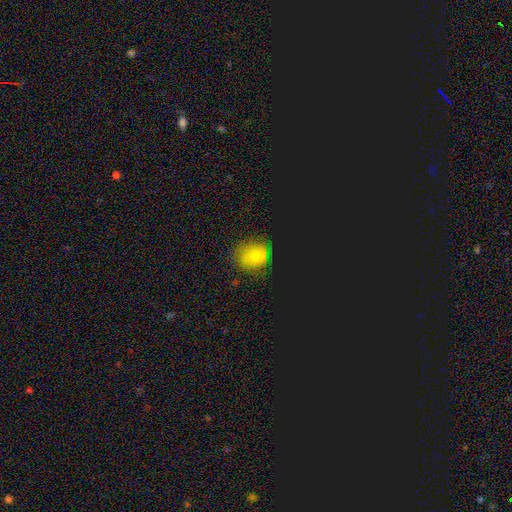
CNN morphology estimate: smooth_or_featured: smooth (p=0.51) [alt: star or artifact p=0.35]
how_rounded: round (p=0.81) [alt: in between p=0.18]
merging: none (p=0.77) [alt: minor disturbance p=0.17]